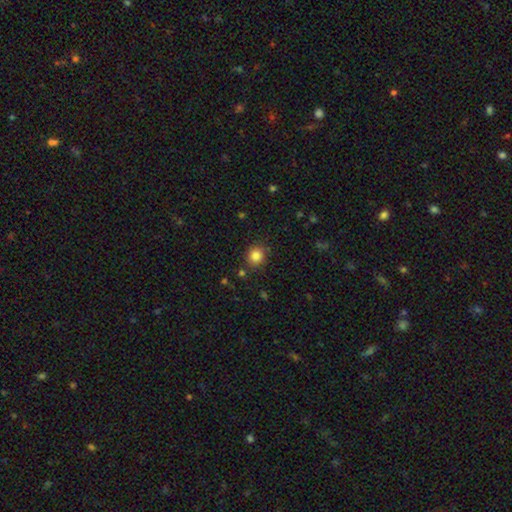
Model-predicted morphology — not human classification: A smooth galaxy with no disk features (84%) that is round (83%).

Vote fractions:
- Smooth or featured? smooth: 84% / star or artifact: 11% / featured or disk: 4%
- How rounded? round: 83% / in between: 16% / cigar-shaped: 1%
- Merging? none: 85% / minor disturbance: 10% / major disturbance: 3% / merger: 3%